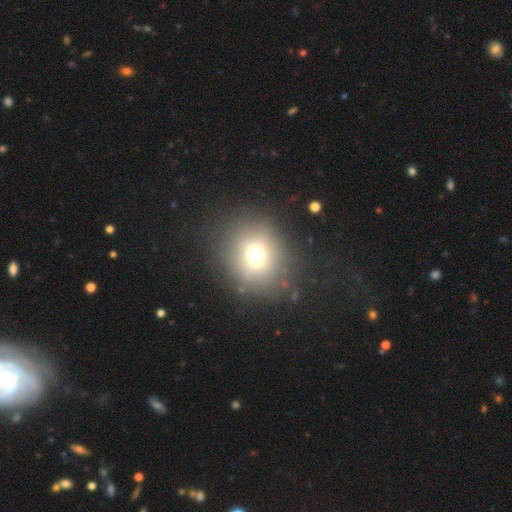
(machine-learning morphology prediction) type=smooth (66%); roundness=round (82%); merging=none (81%).